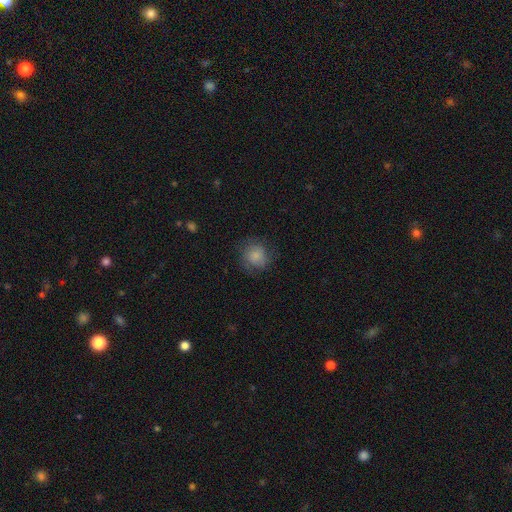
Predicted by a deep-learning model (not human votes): smooth_or_featured: smooth (p=0.77) [alt: featured or disk p=0.14]
how_rounded: round (p=0.86) [alt: in between p=0.13]
merging: none (p=0.73) [alt: minor disturbance p=0.18]